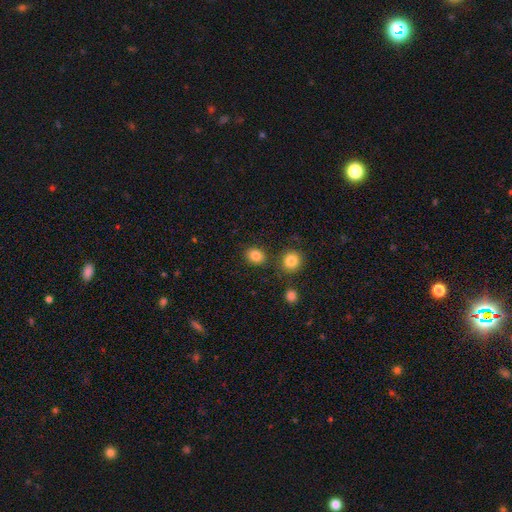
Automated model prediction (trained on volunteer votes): Smooth or featured? Predicted: smooth (p=0.83). How rounded? Predicted: round (p=0.51). Merging? Predicted: none (p=0.81).